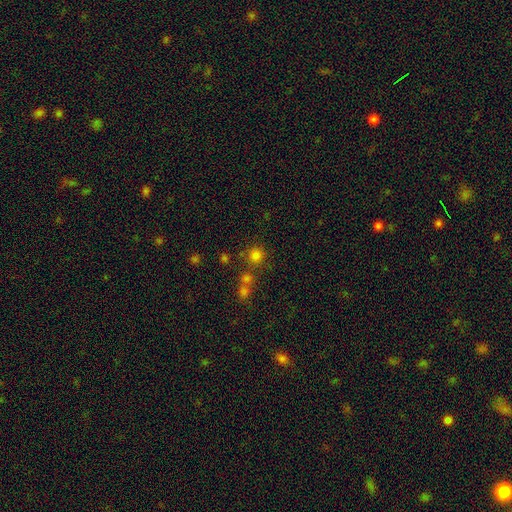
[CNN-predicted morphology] smooth 75%, star or artifact 18%, featured or disk 6%. Down the decision tree: how rounded — round (92%); merging — none (70%).